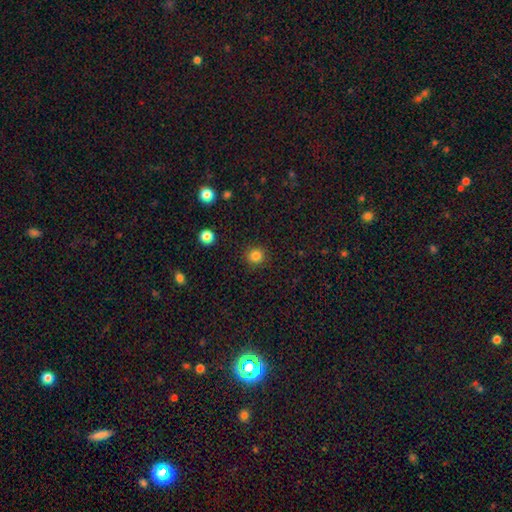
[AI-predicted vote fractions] Overall: smooth (83%). How rounded: round (94%). Merging: none (91%).